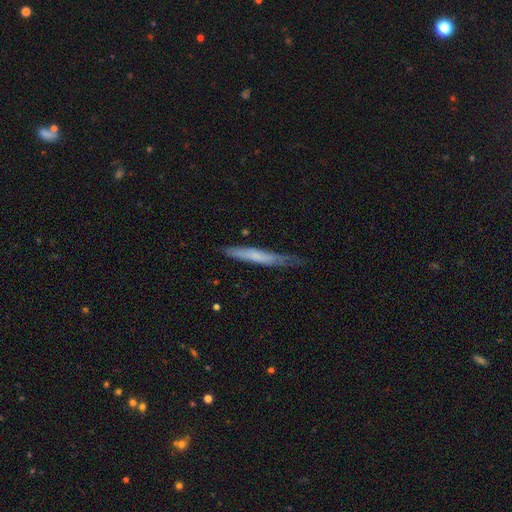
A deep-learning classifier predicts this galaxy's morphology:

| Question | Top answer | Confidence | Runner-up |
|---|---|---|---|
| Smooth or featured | smooth | 58% | featured or disk (36%) |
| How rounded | cigar-shaped | 95% | in between (4%) |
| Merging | none | 64% | minor disturbance (27%) |